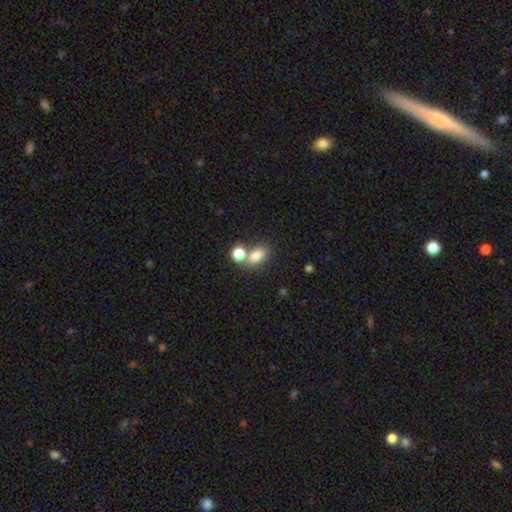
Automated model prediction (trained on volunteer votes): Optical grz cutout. It shows a smooth galaxy with no disk features (80%) that is in between round and cigar-shaped (78%). Merging: none (50%).